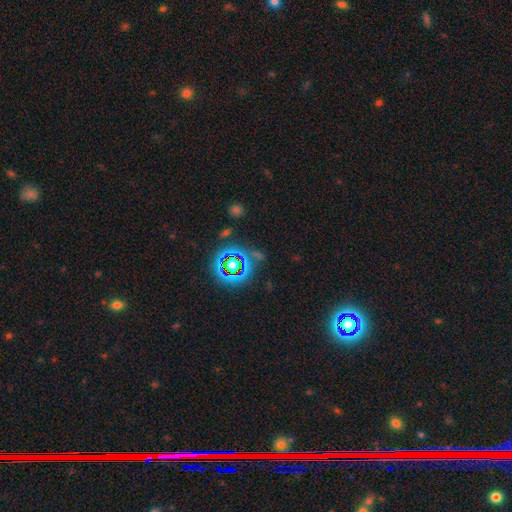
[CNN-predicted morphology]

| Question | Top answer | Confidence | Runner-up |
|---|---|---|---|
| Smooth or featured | star or artifact | 74% | smooth (16%) |